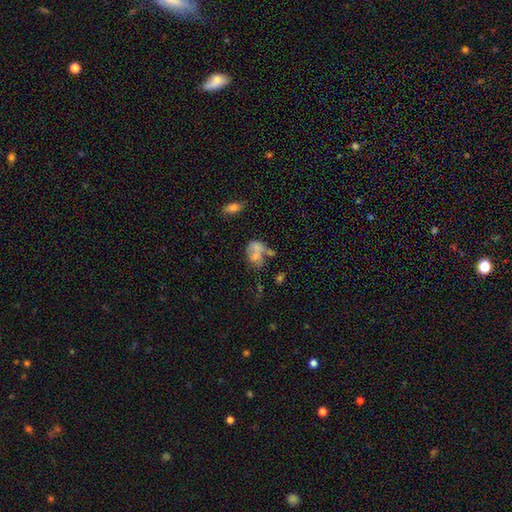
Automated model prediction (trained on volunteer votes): This is possibly a smooth galaxy (51%). How rounded: likely in between (71%). Merging: marginally merger (36%).